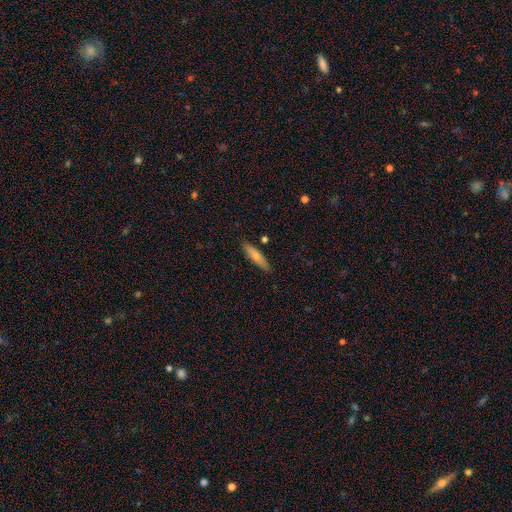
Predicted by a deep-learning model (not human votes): A smooth galaxy with no disk features (68%) that is cigar-shaped (76%). Merging: none (85%).